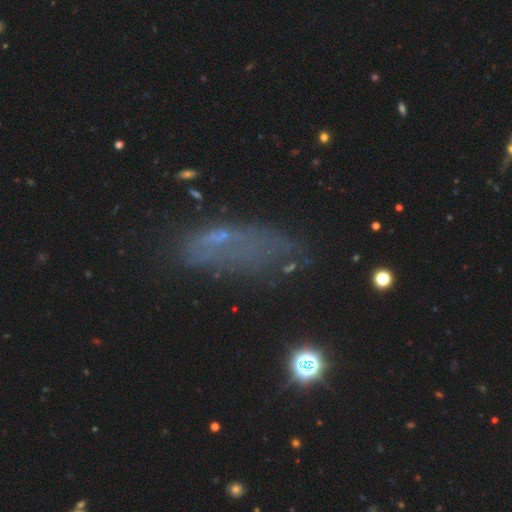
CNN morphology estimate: Smooth or featured? Predicted: smooth (p=0.41). Merging? Predicted: none (p=0.47).